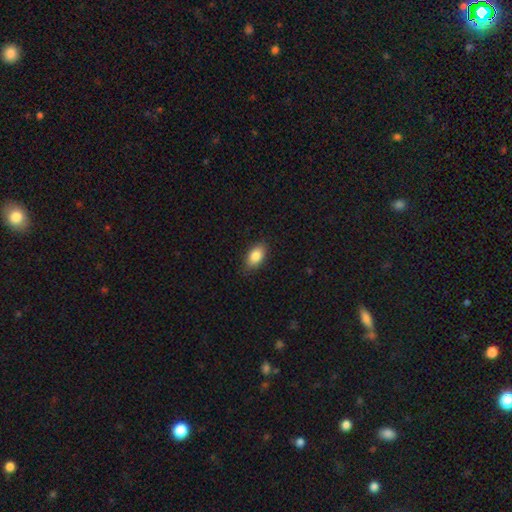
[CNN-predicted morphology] Q: Smooth or featured?
A: smooth (86%); runner-up: featured or disk (7%)
Q: How rounded?
A: in between (91%); runner-up: round (6%)
Q: Merging?
A: none (85%); runner-up: minor disturbance (12%)